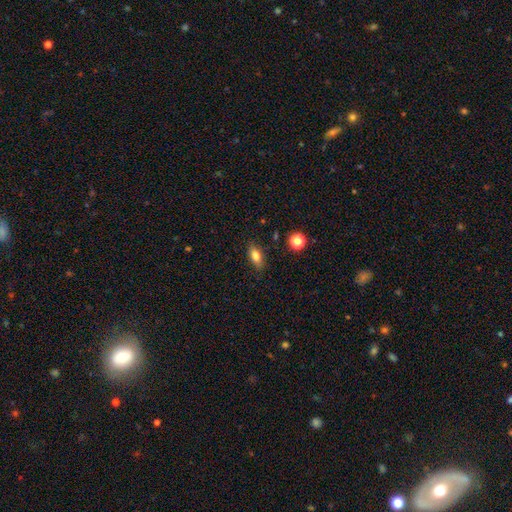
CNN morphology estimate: Smooth or featured: smooth — 79% (featured or disk — 12%)
How rounded: in between — 80% (cigar-shaped — 14%)
Merging: none — 84% (minor disturbance — 11%)